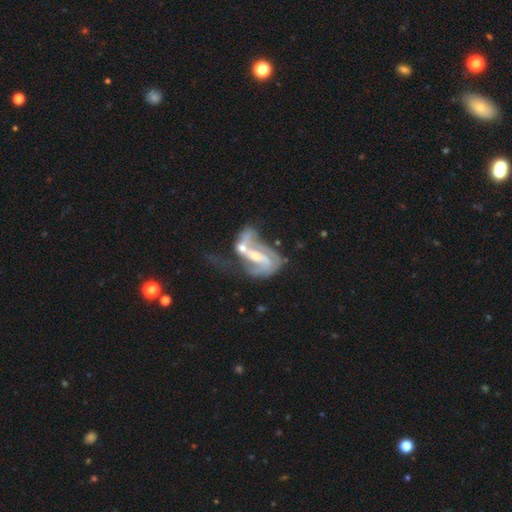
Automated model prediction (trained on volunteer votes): This is clearly a featured or disk galaxy (85%). It is clearly not viewed edge-on (97%). Bar: marginally weak (42%). Spiral arm pattern: clearly yes (90%). Spiral arm count: likely 2 (70%). Spiral winding: marginally loose (41%, tied with medium). Central bulge: possibly small (46%). Merging: possibly merger (51%).